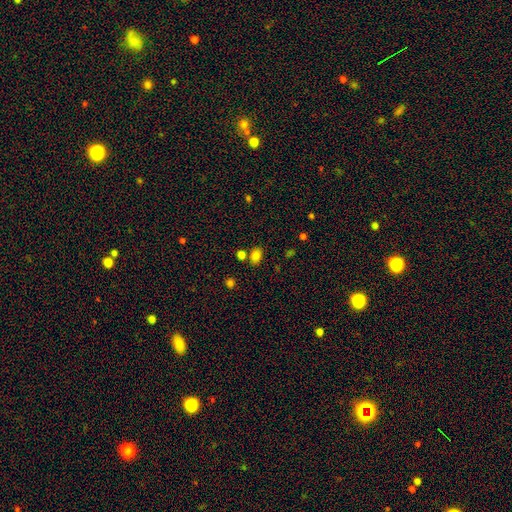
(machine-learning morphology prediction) Q: Smooth or featured?
A: smooth (81%); runner-up: star or artifact (13%)
Q: How rounded?
A: in between (72%); runner-up: round (27%)
Q: Merging?
A: none (72%); runner-up: merger (13%)